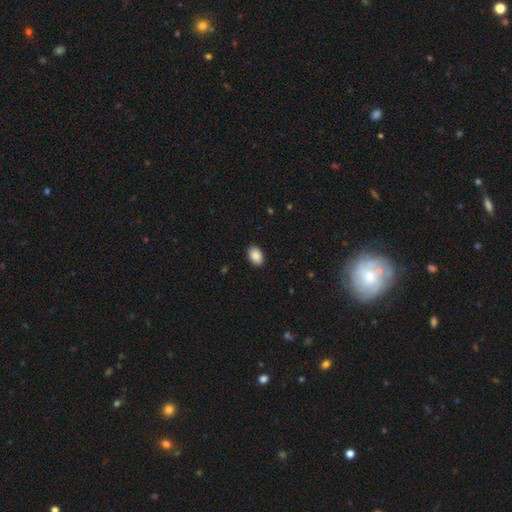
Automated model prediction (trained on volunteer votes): Q: Smooth or featured?
A: smooth (89%); runner-up: star or artifact (7%)
Q: How rounded?
A: in between (86%); runner-up: round (13%)
Q: Merging?
A: none (90%); runner-up: minor disturbance (7%)